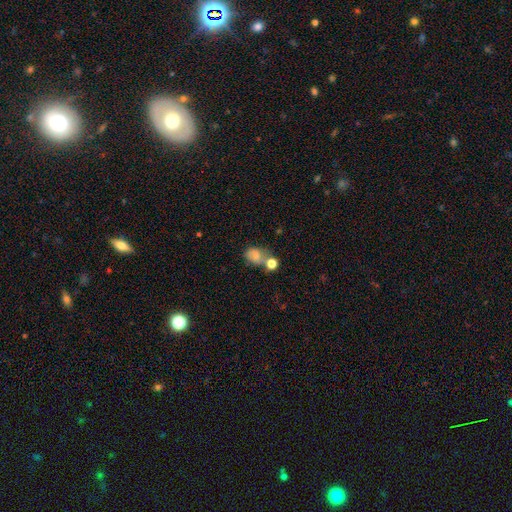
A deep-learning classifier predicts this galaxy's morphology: Smooth or featured?
  - smooth: 72% *
  - featured or disk: 15%
  - star or artifact: 13%
How rounded?
  - in between: 59% *
  - round: 39%
  - cigar-shaped: 1%
Merging?
  - none: 36% *
  - merger: 34%
  - minor disturbance: 19%
  - major disturbance: 11%